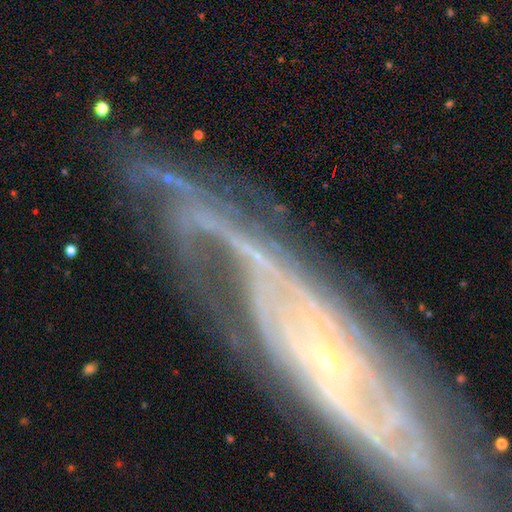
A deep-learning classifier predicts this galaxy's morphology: Smooth or featured?
  - featured or disk: 77% *
  - star or artifact: 14%
  - smooth: 9%
Edge-on disk?
  - no: 82% *
  - yes: 18%
Bar?
  - no: 58% *
  - weak: 24%
  - strong: 18%
Spiral arms?
  - yes: 86% *
  - no: 14%
Spiral winding?
  - tight: 37% *
  - medium: 34%
  - loose: 29%
Spiral arm count?
  - 2: 37% *
  - can't tell: 25%
  - 3: 12%
  - 1: 9%
  - 4: 8%
  - more than 4: 8%
Bulge size?
  - small: 70% *
  - moderate: 19%
  - none: 6%
  - large: 3%
  - dominant: 2%
Merging?
  - none: 56% *
  - major disturbance: 22%
  - minor disturbance: 17%
  - merger: 6%